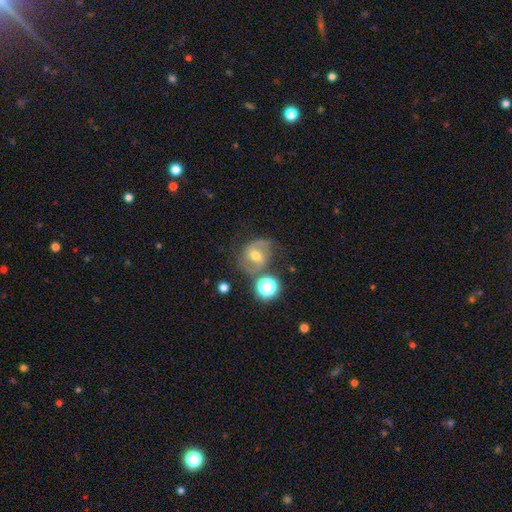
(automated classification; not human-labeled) Smooth or featured: featured or disk — 63% (smooth — 24%)
Edge-on disk: no — 97% (yes — 3%)
Bar: weak — 47% (strong — 29%)
Spiral arms: yes — 86% (no — 14%)
Spiral winding: medium — 51% (loose — 27%)
Spiral arm count: 2 — 84% (can't tell — 8%)
Bulge size: moderate — 65% (small — 27%)
Merging: none — 65% (minor disturbance — 18%)